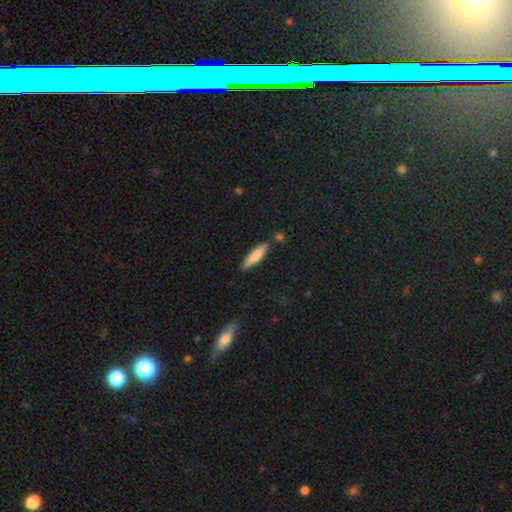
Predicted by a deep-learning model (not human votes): Overall: smooth (77%). How rounded: cigar-shaped (67%; in between 32%). Merging: none (82%).